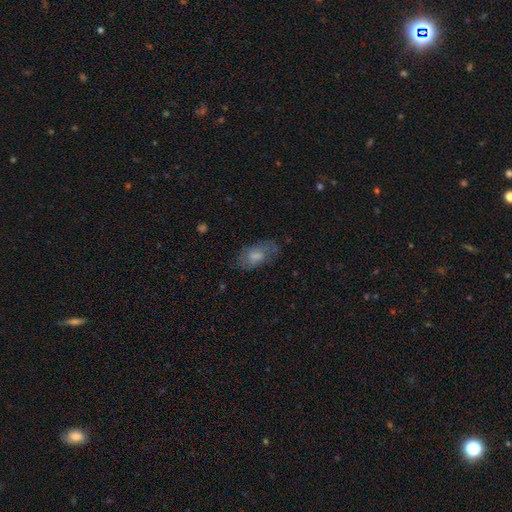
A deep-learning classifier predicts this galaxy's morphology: This appears to be a smooth galaxy with no disk features (59%) that is in between round and cigar-shaped (91%). Merging: none (63%).